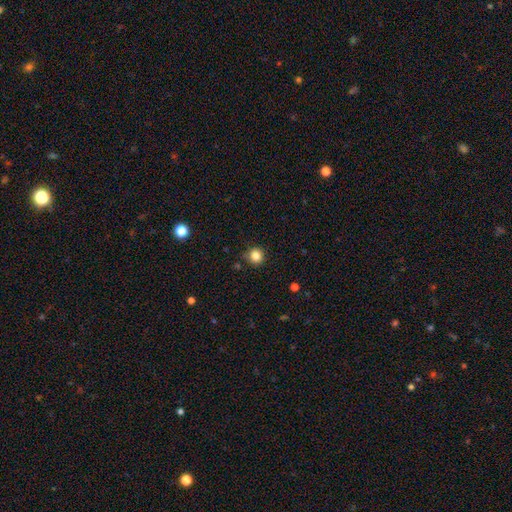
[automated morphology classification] smooth 83%, star or artifact 12%, featured or disk 5%. Down the decision tree: how rounded — round (94%); merging — none (86%).